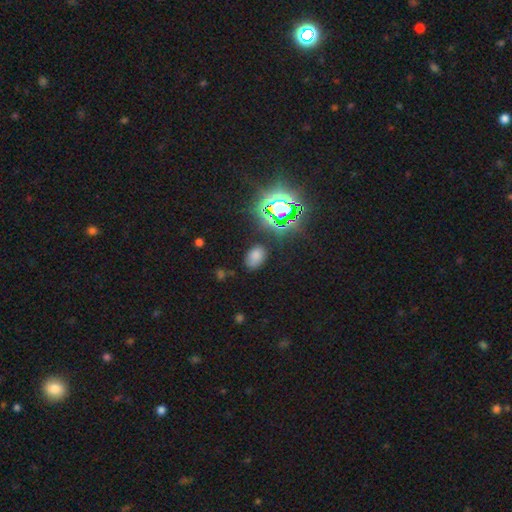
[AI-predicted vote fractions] Morphology: type=smooth (67%); roundness=in between (83%); merging=none (79%).